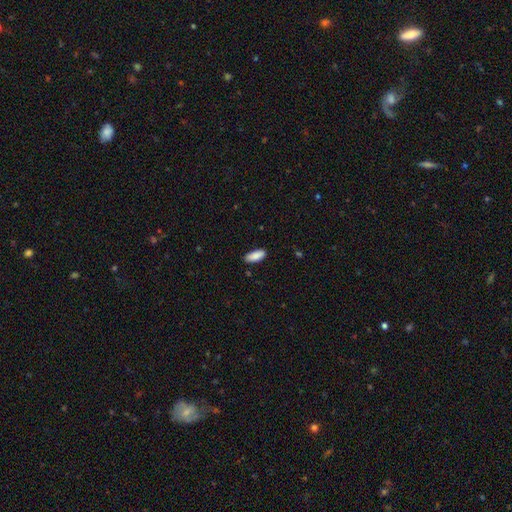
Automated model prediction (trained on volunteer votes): The model was most divided on "how rounded": in between: 79%, cigar-shaped: 20%, round: 2%. More confident: smooth or featured — smooth (89%); merging — none (85%).